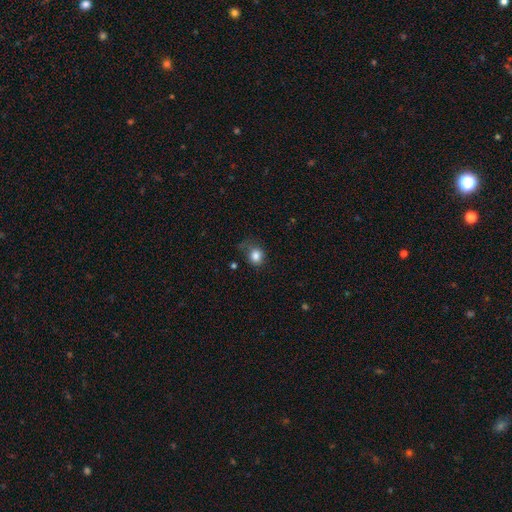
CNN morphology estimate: Overall: smooth (83%). How rounded: round (74%). Merging: none (56%; minor disturbance 27%).